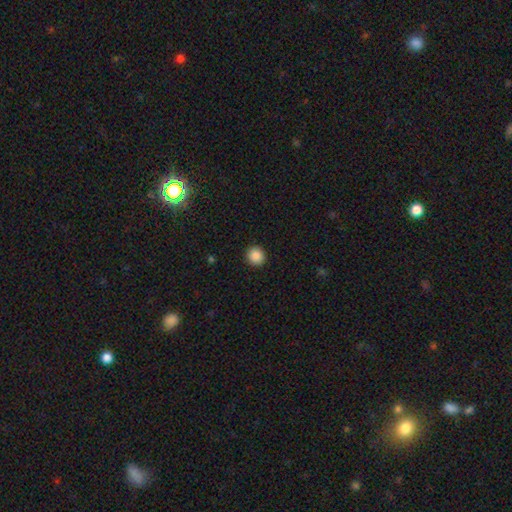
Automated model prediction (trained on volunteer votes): smooth 88%, star or artifact 9%, featured or disk 3%. Down the decision tree: how rounded — round (89%); merging — none (92%).